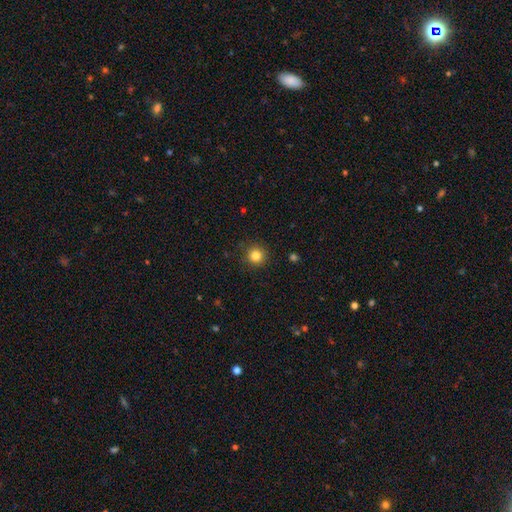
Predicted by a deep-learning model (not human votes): Overall: smooth (83%). How rounded: round (95%). Merging: none (90%).